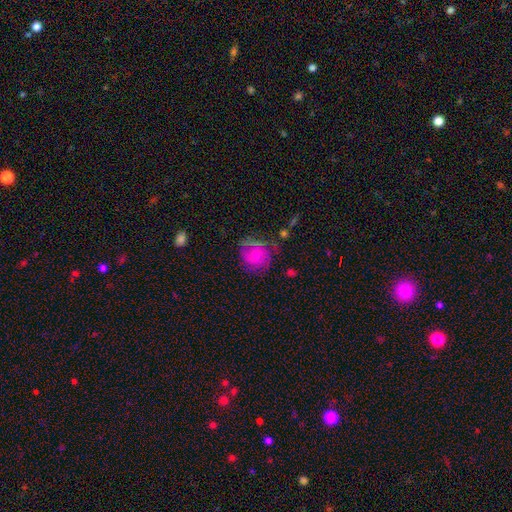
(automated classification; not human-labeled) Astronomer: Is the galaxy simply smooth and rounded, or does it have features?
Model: featured or disk — 57% (runner-up: smooth, 35%).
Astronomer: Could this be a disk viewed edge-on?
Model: no — 98%.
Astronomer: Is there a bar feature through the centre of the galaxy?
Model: no — 70%.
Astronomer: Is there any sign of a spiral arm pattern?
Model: yes — 85%.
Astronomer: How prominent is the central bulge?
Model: small — 60%.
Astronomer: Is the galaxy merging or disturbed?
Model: none — 58%.